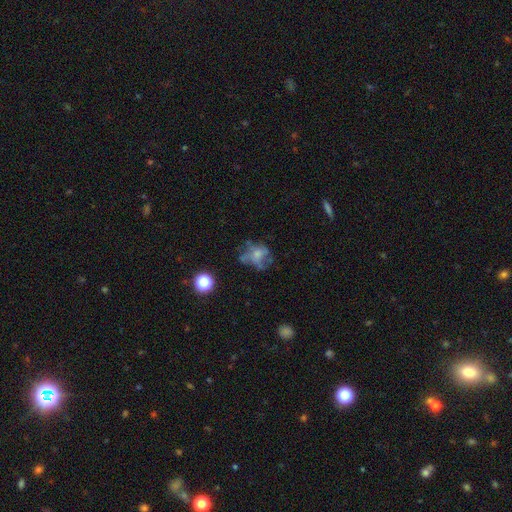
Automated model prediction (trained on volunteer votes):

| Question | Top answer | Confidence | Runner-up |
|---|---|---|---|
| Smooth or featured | featured or disk | 49% | smooth (35%) |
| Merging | none | 40% | major disturbance (32%) |